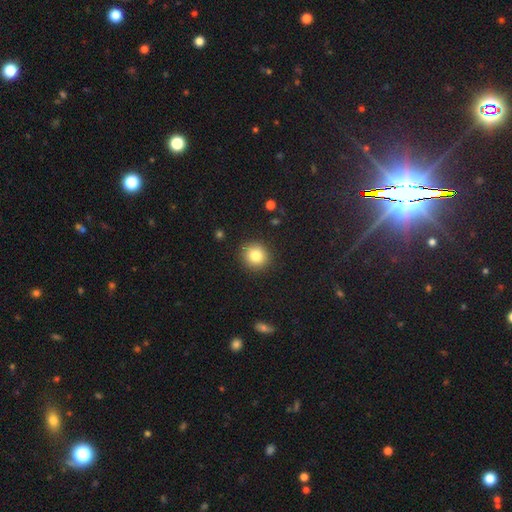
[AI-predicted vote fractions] A smooth galaxy with no disk features (83%) that is round (87%).

Vote fractions:
- Smooth or featured? smooth: 83% / star or artifact: 10% / featured or disk: 7%
- How rounded? round: 87% / in between: 12% / cigar-shaped: 1%
- Merging? none: 90% / minor disturbance: 7% / major disturbance: 2% / merger: 1%